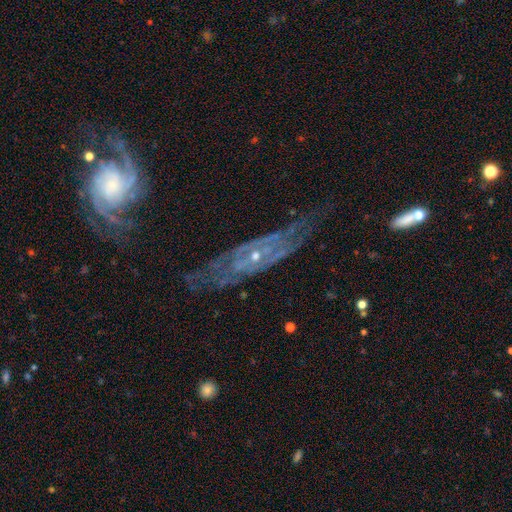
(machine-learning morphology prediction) This appears to be a featured or disk galaxy (80%) with no bar (62%), tight (53%) spiral arms (88%) and a small central bulge (73%). Merging: none (67%).